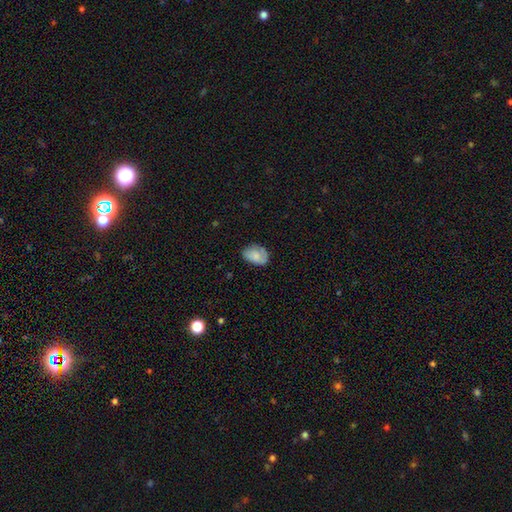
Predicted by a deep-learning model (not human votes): Smooth or featured? smooth (68%)
How rounded? in between (79%)
Merging? none (65%)